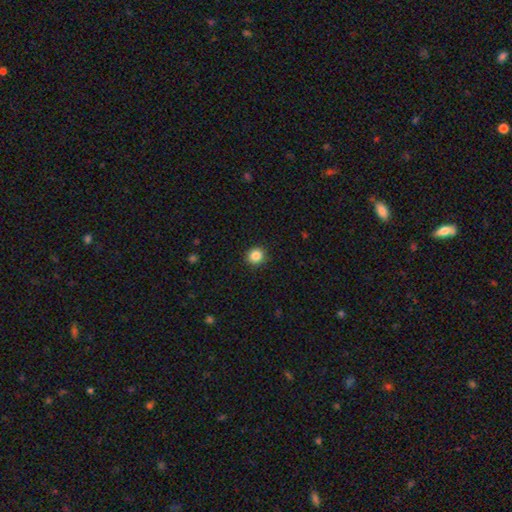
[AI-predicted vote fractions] smooth_or_featured: smooth (p=0.85) [alt: star or artifact p=0.10]
how_rounded: round (p=0.91) [alt: in between p=0.08]
merging: none (p=0.92) [alt: minor disturbance p=0.05]